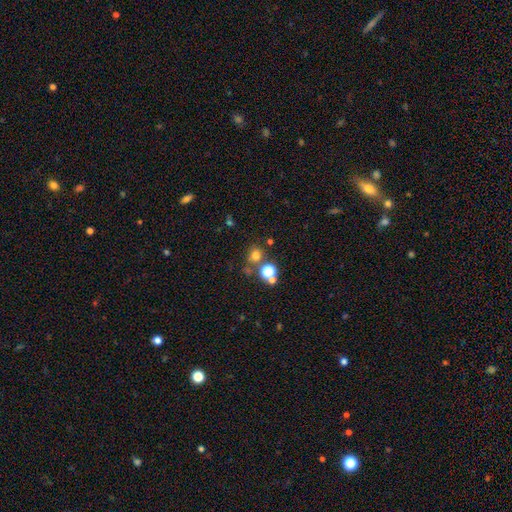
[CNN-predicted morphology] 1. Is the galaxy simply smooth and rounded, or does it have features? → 69% smooth, 23% star or artifact, 8% featured or disk.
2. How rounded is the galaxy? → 85% round, 14% in between, 1% cigar-shaped.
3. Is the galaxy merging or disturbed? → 70% none, 16% merger, 9% minor disturbance, 5% major disturbance.